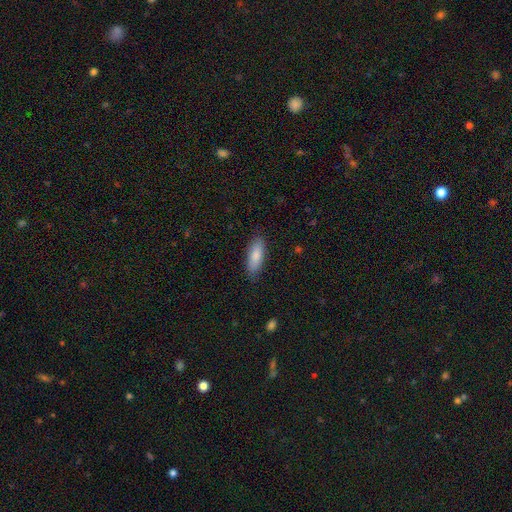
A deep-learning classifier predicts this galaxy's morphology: smooth_or_featured: smooth (p=0.83) [alt: featured or disk p=0.11]
how_rounded: in between (p=0.64) [alt: cigar-shaped p=0.34]
merging: none (p=0.86) [alt: minor disturbance p=0.11]